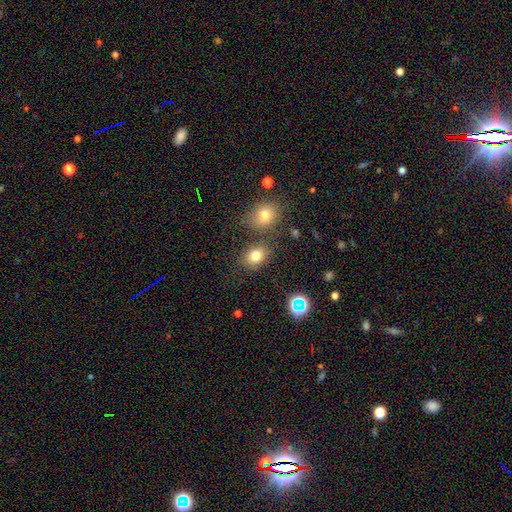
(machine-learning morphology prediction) Smooth or featured?
  - smooth: 78% *
  - star or artifact: 14%
  - featured or disk: 8%
How rounded?
  - in between: 56% *
  - round: 43%
  - cigar-shaped: 1%
Merging?
  - none: 71% *
  - minor disturbance: 13%
  - merger: 12%
  - major disturbance: 4%